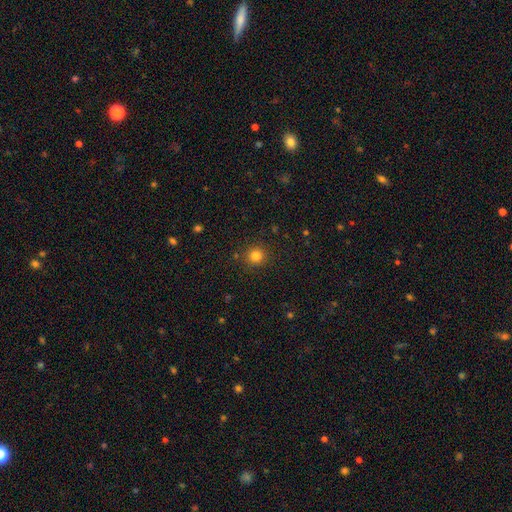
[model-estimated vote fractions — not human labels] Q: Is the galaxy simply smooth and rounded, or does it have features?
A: smooth — 82%.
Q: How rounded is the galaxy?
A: round — 93%.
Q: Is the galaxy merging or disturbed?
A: none — 89%.